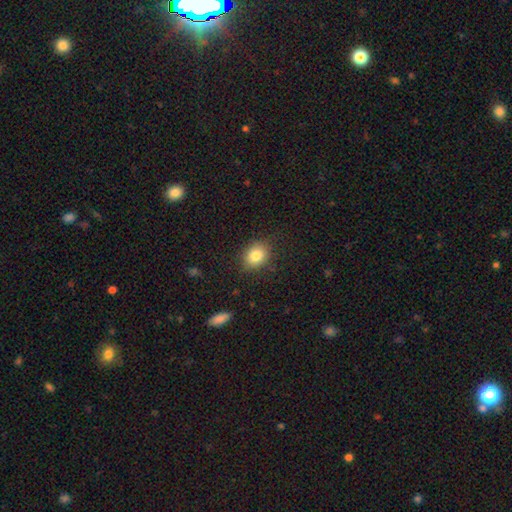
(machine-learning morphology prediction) Overall: smooth (82%). How rounded: in between (51%; round 48%). Merging: none (84%).